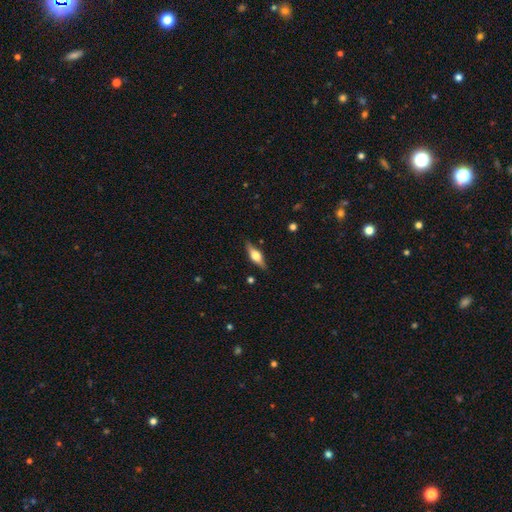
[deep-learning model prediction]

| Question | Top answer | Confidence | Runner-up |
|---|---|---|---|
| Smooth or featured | featured or disk | 55% | smooth (39%) |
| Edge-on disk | yes | 93% | no (7%) |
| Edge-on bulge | rounded | 92% | boxy (7%) |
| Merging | none | 85% | minor disturbance (11%) |